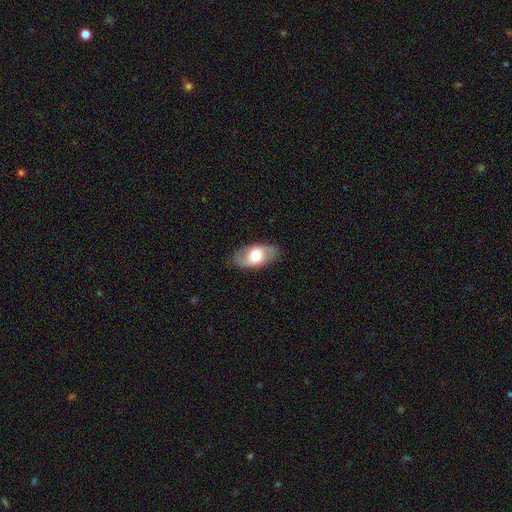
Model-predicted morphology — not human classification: A featured or disk galaxy (49%). Merging: none (84%).